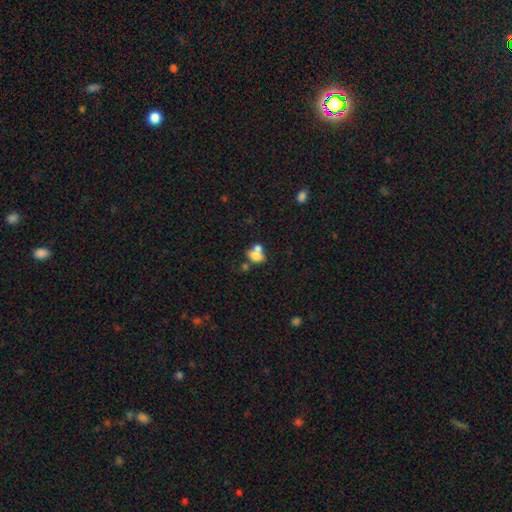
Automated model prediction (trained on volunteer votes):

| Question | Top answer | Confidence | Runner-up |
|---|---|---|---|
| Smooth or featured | smooth | 68% | featured or disk (21%) |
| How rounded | in between | 67% | round (31%) |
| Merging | merger | 61% | none (24%) |